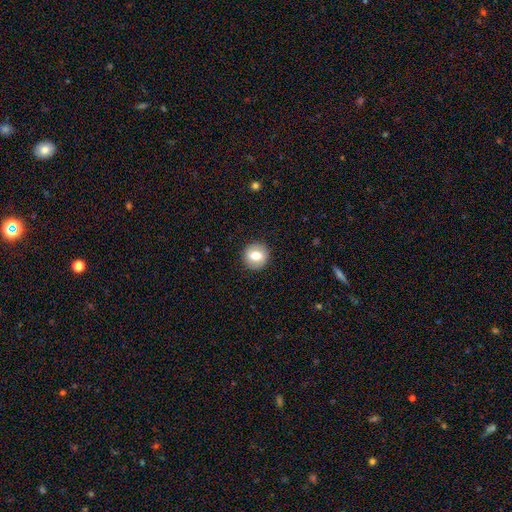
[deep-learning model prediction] smooth-or-featured: smooth: 70% | featured or disk: 21% | star or artifact: 8%
  how-rounded: round: 86% | in between: 13% | cigar-shaped: 1%
  merging: none: 90% | minor disturbance: 7% | major disturbance: 2% | merger: 1%